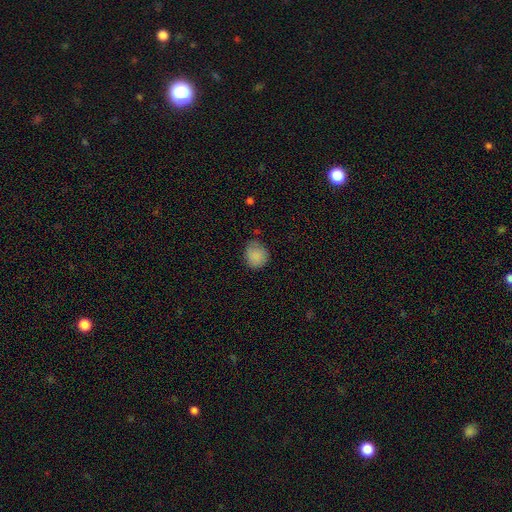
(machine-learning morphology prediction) Smooth or featured?
  - smooth: 86% *
  - star or artifact: 9%
  - featured or disk: 5%
How rounded?
  - round: 79% *
  - in between: 20%
  - cigar-shaped: 1%
Merging?
  - none: 71% *
  - minor disturbance: 23%
  - major disturbance: 4%
  - merger: 2%